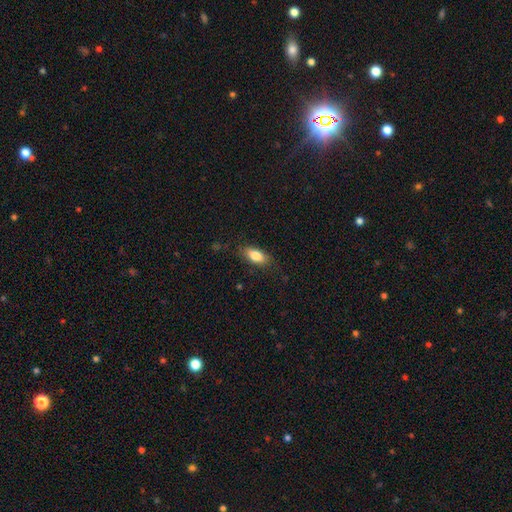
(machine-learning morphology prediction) smooth-or-featured: smooth: 82% | featured or disk: 11% | star or artifact: 7%
  how-rounded: in between: 84% | cigar-shaped: 12% | round: 4%
  merging: none: 80% | minor disturbance: 15% | major disturbance: 4% | merger: 1%